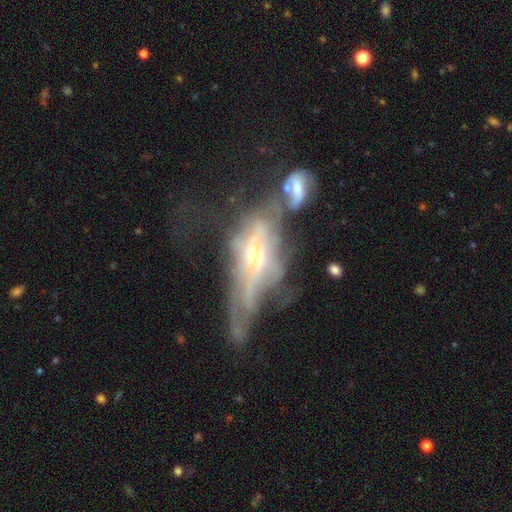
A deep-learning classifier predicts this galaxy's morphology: smooth_or_featured: featured or disk (p=0.71) [alt: smooth p=0.18]
disk_edge_on: no (p=0.58) [alt: yes p=0.42]
merging: merger (p=0.36) [alt: major disturbance p=0.33]